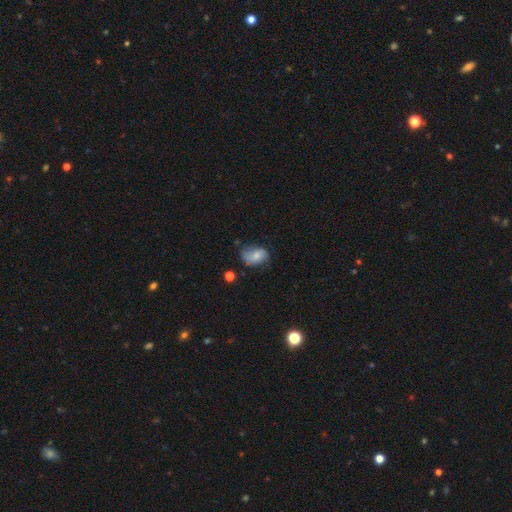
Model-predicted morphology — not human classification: smooth 58%, featured or disk 33%, star or artifact 9%. Down the decision tree: how rounded — in between (80%); merging — none (53%).